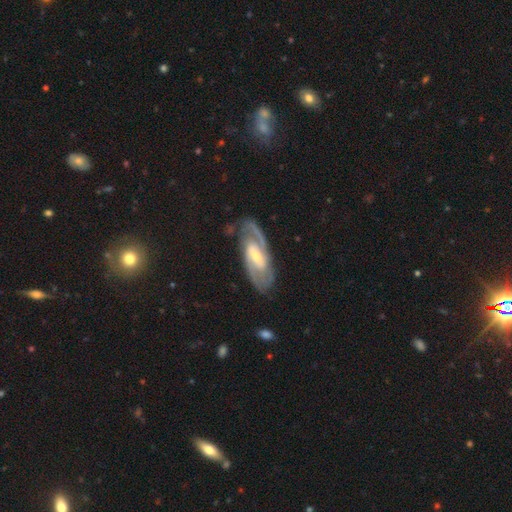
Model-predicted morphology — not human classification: A featured or disk galaxy (88%) with a weak bar (46%), 2 (86%) medium (47%) spiral arms (96%) and a small central bulge (48%). Merging: none (79%).